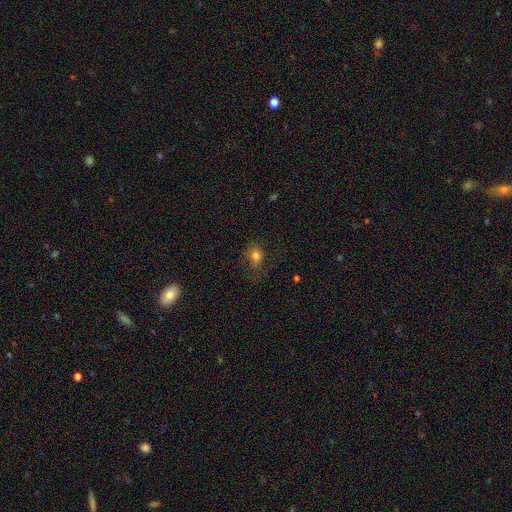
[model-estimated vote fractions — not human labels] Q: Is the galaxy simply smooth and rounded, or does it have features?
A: smooth — 78%.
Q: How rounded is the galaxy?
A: in between — 55%.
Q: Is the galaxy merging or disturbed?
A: none — 59%.